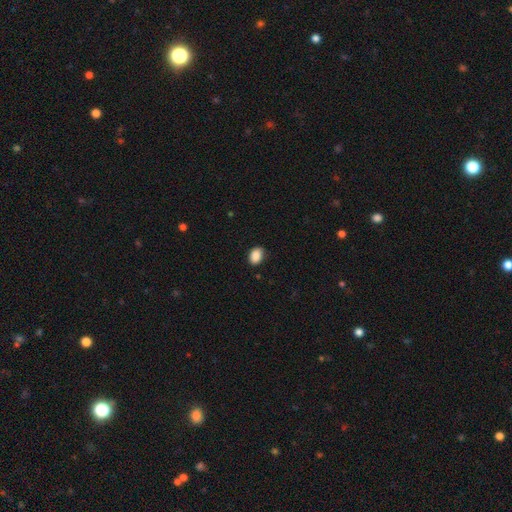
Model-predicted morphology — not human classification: Smooth or featured? Predicted: smooth (p=0.89). How rounded? Predicted: in between (p=0.76). Merging? Predicted: none (p=0.82).